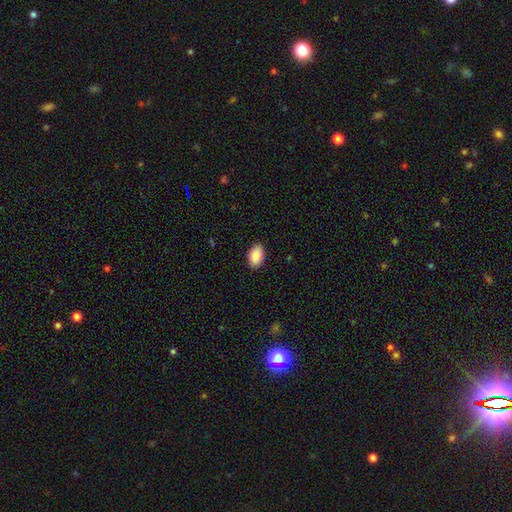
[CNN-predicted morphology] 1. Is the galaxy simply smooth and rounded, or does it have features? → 90% smooth, 6% star or artifact, 4% featured or disk.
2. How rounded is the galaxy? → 93% in between, 6% round, 1% cigar-shaped.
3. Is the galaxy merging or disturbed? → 89% none, 8% minor disturbance, 2% major disturbance, 1% merger.